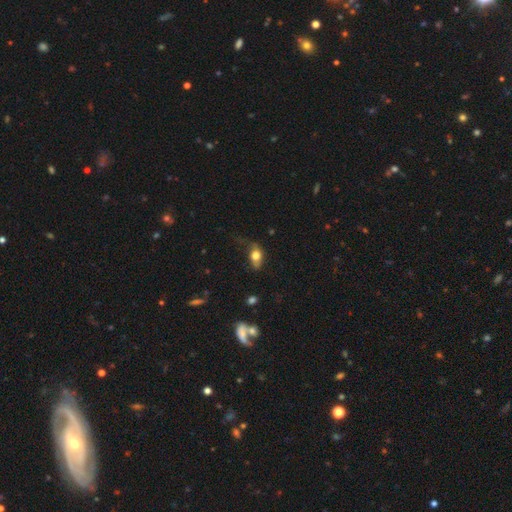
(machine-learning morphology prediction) Smooth or featured? smooth (70%)
How rounded? in between (76%)
Merging? none (34%)